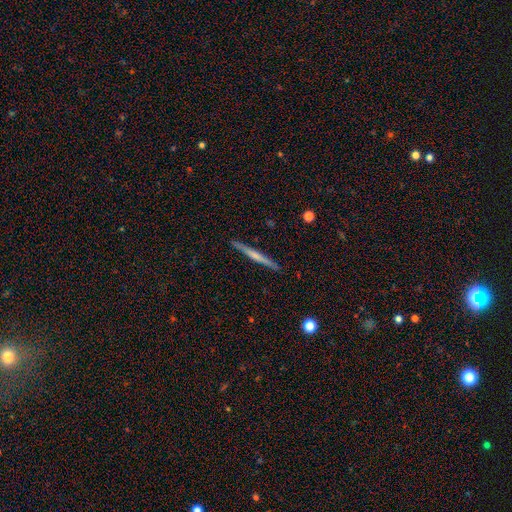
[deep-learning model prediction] featured or disk 55%, smooth 40%, star or artifact 6%. Down the decision tree: edge-on disk — yes (98%); edge-on bulge — none (51%); merging — none (91%).